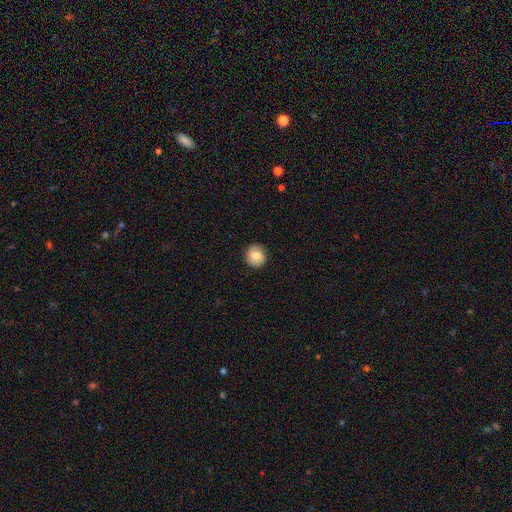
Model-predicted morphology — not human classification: Smooth or featured? smooth (77%)
How rounded? round (88%)
Merging? none (87%)